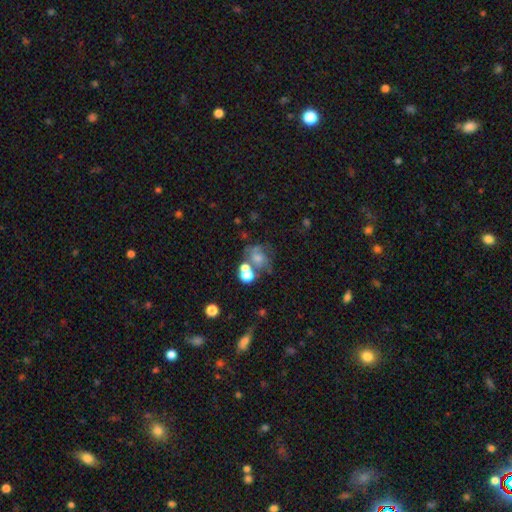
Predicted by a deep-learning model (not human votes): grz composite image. It shows a featured or disk galaxy (43%). Merging: none (37%).